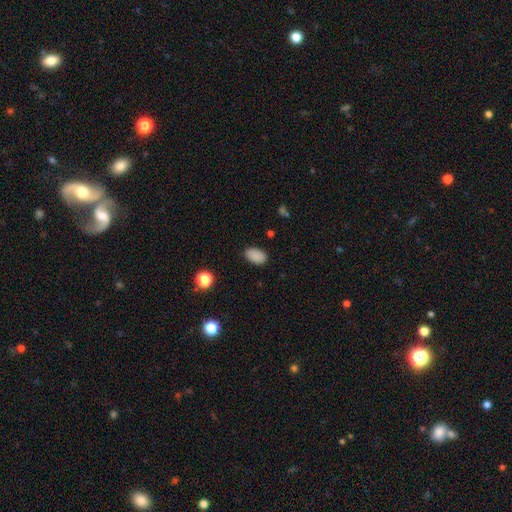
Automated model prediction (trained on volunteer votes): smooth-or-featured: smooth: 88% | star or artifact: 9% | featured or disk: 3%
  how-rounded: in between: 92% | round: 7% | cigar-shaped: 1%
  merging: none: 86% | minor disturbance: 11% | major disturbance: 3% | merger: 1%